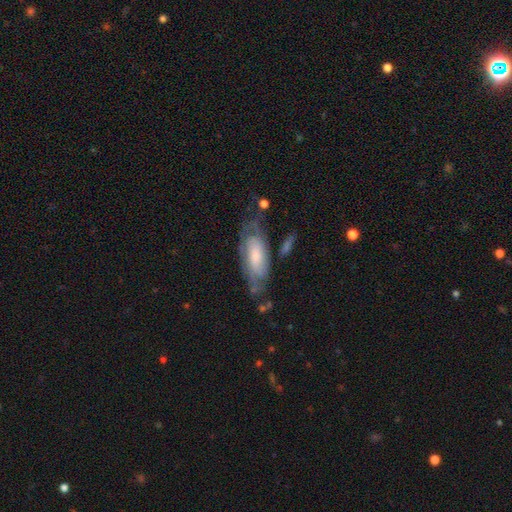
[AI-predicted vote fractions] Smooth or featured: featured or disk — 50% (smooth — 43%)
Edge-on disk: no — 85% (yes — 15%)
Merging: none — 52% (minor disturbance — 28%)